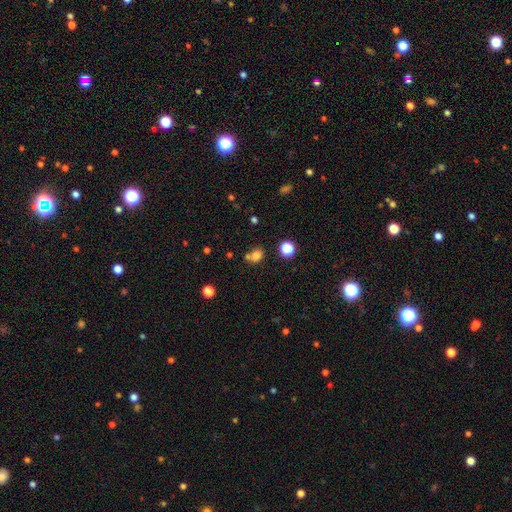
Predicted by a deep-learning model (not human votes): A smooth galaxy with no disk features (77%) that is round (58%). Merging: none (54%).